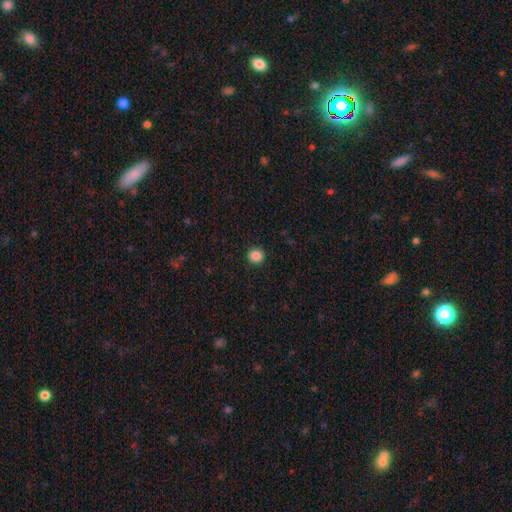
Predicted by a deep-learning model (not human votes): Smooth or featured? smooth (87%)
How rounded? round (87%)
Merging? none (92%)